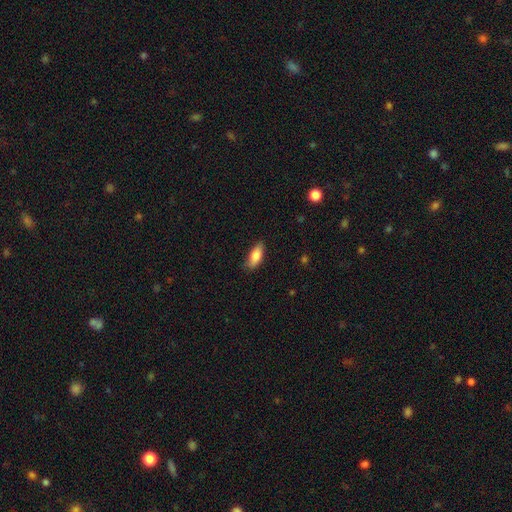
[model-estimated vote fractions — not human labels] smooth_or_featured: smooth (p=0.83) [alt: featured or disk p=0.11]
how_rounded: in between (p=0.80) [alt: cigar-shaped p=0.17]
merging: none (p=0.78) [alt: minor disturbance p=0.18]